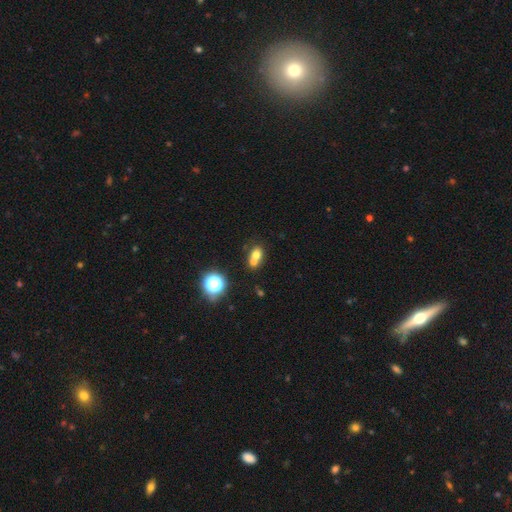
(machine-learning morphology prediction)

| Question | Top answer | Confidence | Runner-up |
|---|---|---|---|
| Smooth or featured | smooth | 68% | featured or disk (16%) |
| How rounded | round | 53% | in between (46%) |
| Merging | merger | 56% | none (32%) |